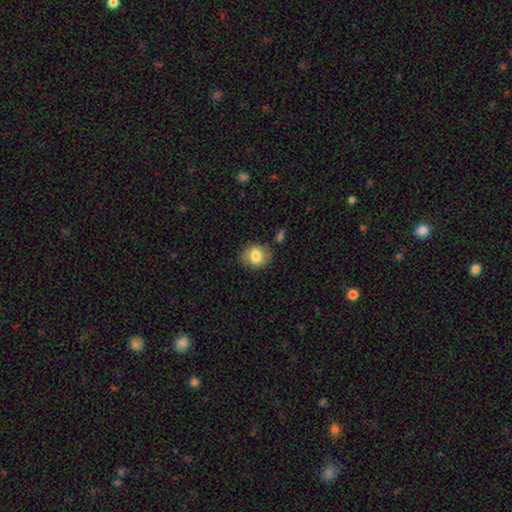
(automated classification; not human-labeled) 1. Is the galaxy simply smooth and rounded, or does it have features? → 80% smooth, 12% featured or disk, 8% star or artifact.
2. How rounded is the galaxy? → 66% round, 33% in between, 1% cigar-shaped.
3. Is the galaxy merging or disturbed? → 81% none, 12% minor disturbance, 4% merger, 3% major disturbance.